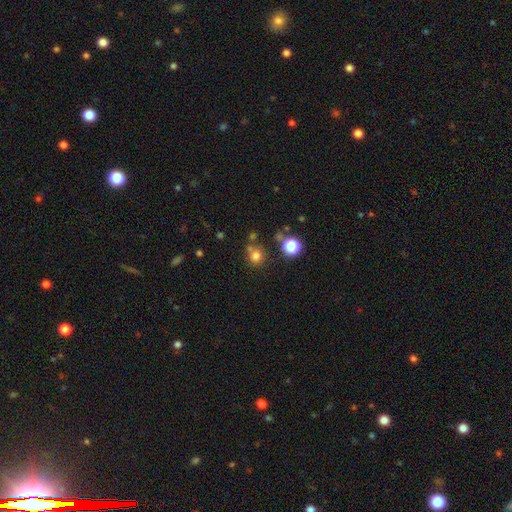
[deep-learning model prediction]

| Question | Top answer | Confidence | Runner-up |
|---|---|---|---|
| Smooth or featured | smooth | 76% | star or artifact (17%) |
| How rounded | round | 90% | in between (9%) |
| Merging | none | 71% | merger (14%) |